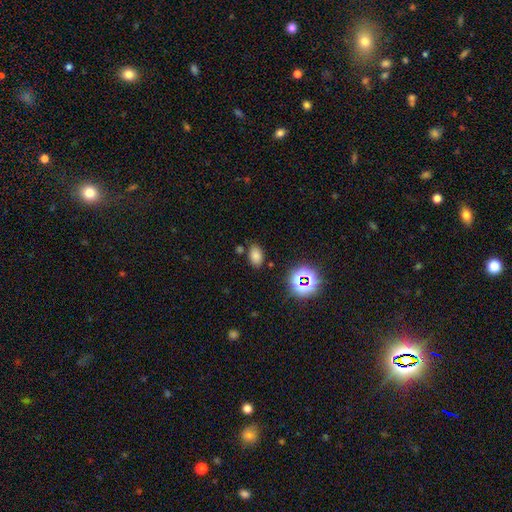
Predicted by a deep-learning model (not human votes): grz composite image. It shows a smooth galaxy with no disk features (75%) that is in between round and cigar-shaped (87%). Merging: none (80%).